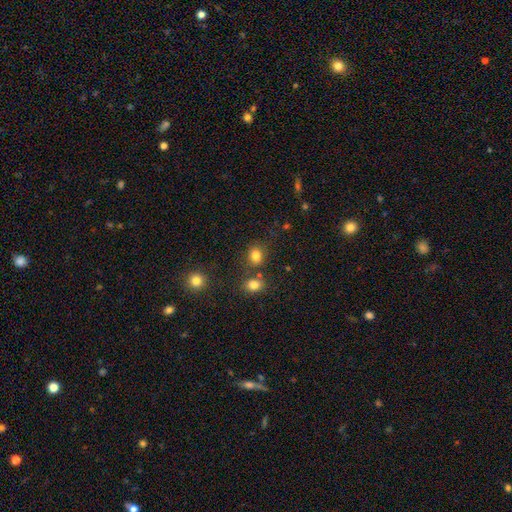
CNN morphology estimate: Smooth or featured? Predicted: smooth (p=0.82). How rounded? Predicted: round (p=0.61). Merging? Predicted: none (p=0.70).